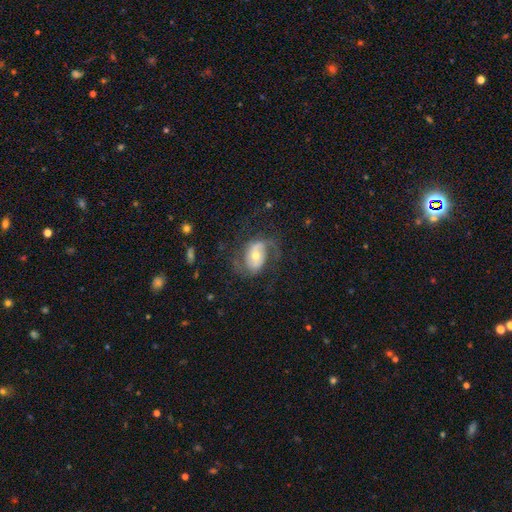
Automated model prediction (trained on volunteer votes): Smooth or featured? Predicted: featured or disk (p=0.75). Edge-on disk? Predicted: no (p=0.96). Bar? Predicted: no (p=0.49). Spiral arms? Predicted: yes (p=0.89). Spiral winding? Predicted: medium (p=0.44). Spiral arm count? Predicted: 2 (p=0.75). Bulge size? Predicted: moderate (p=0.63). Merging? Predicted: none (p=0.60).